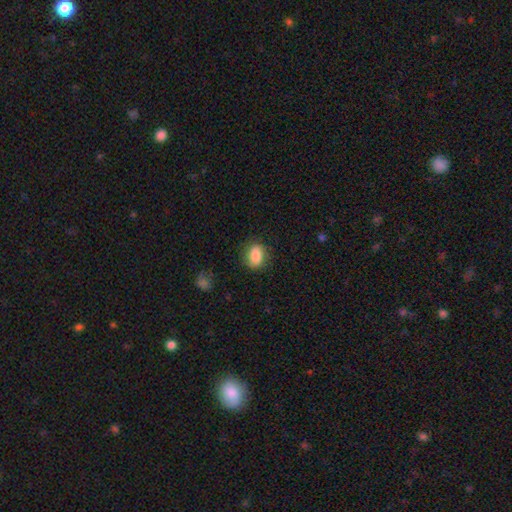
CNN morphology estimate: A smooth galaxy with no disk features (84%) that is in between round and cigar-shaped (71%).

Vote fractions:
- Smooth or featured? smooth: 84% / featured or disk: 8% / star or artifact: 8%
- How rounded? in between: 71% / round: 28% / cigar-shaped: 2%
- Merging? none: 80% / minor disturbance: 15% / major disturbance: 4% / merger: 1%